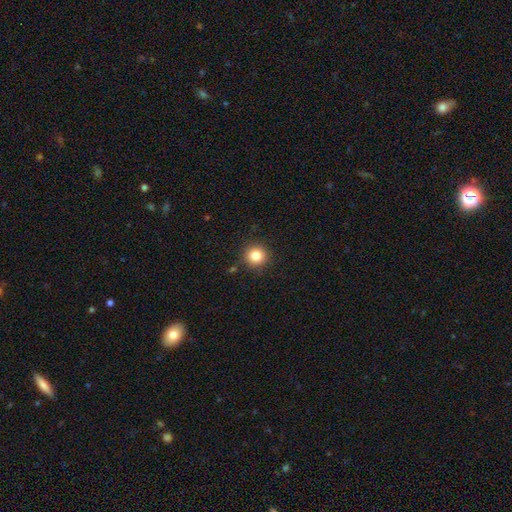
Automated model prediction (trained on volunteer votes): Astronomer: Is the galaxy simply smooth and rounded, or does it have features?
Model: smooth — 84%.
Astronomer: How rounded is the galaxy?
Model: round — 94%.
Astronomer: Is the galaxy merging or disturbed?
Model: none — 90%.